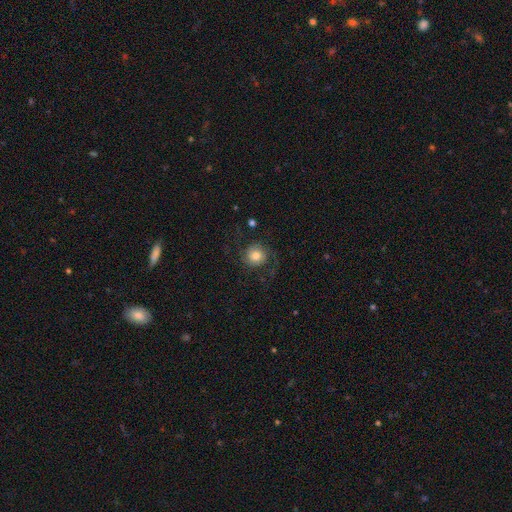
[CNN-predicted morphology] The model was most divided on "smooth or featured": featured or disk: 46%, smooth: 44%, star or artifact: 9%. More confident: merging — none (70%).